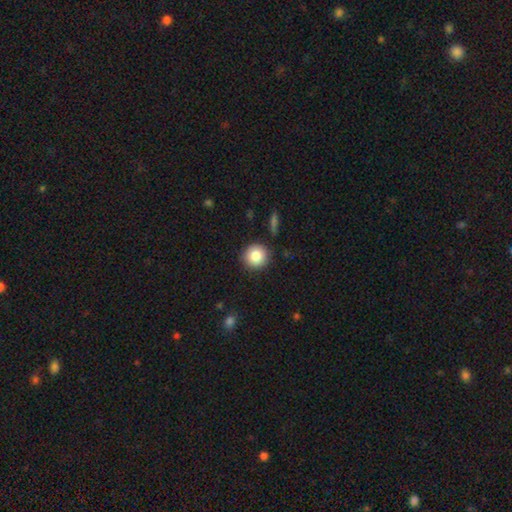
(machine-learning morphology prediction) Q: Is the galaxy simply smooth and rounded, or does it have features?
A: smooth — 84%.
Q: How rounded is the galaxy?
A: round — 93%.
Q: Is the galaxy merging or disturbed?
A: none — 90%.